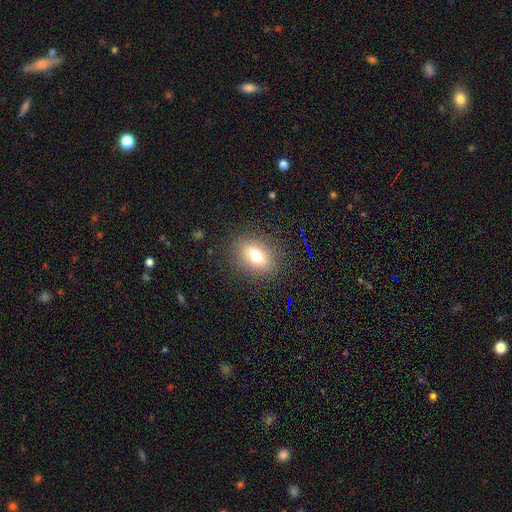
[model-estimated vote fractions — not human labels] Smooth or featured: smooth — 69% (featured or disk — 18%)
How rounded: in between — 66% (round — 30%)
Merging: none — 85% (minor disturbance — 9%)